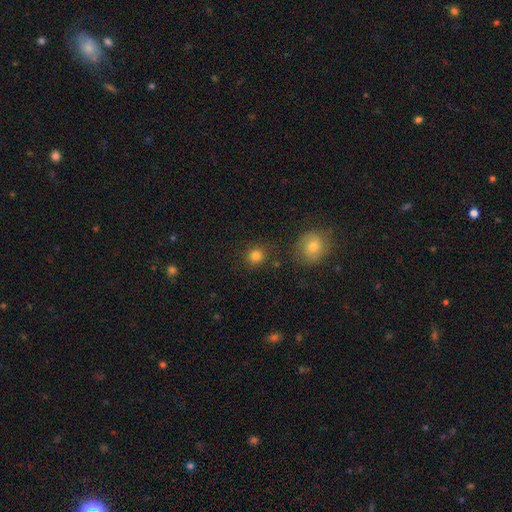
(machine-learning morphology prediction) type=smooth (83%); roundness=round (87%); merging=none (80%).